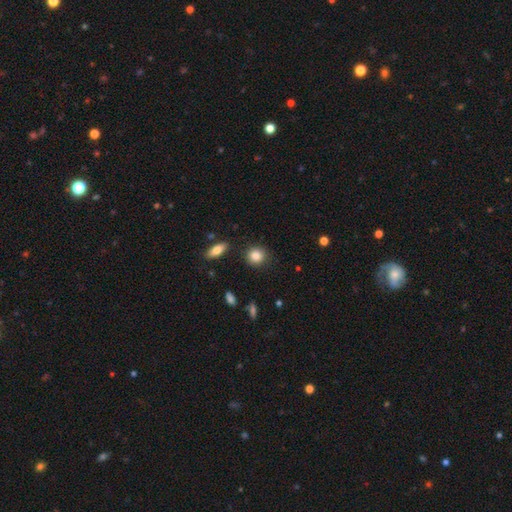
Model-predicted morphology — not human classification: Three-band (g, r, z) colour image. It shows a smooth galaxy with no disk features (85%) that is round (85%). Merging: none (88%).